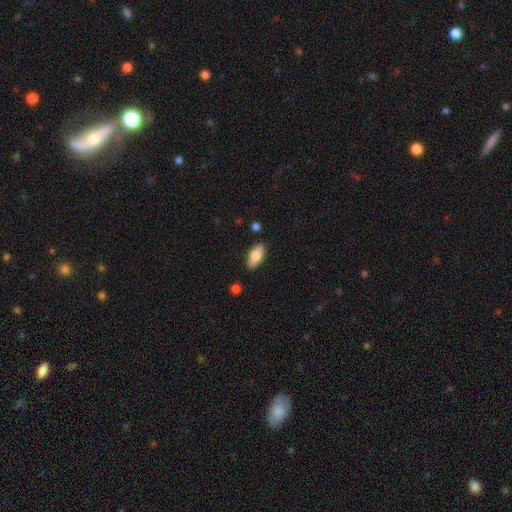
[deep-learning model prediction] Smooth or featured? smooth (78%)
How rounded? in between (86%)
Merging? none (87%)